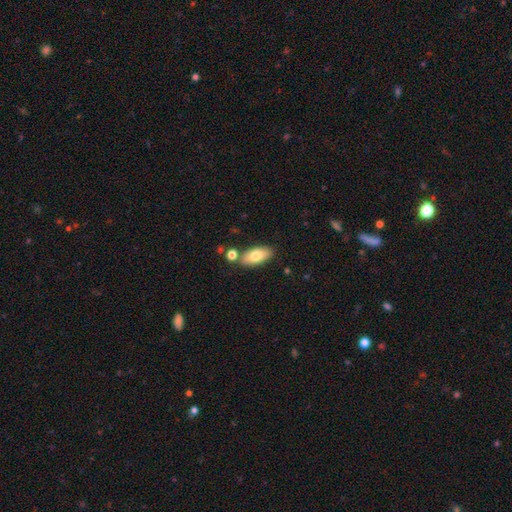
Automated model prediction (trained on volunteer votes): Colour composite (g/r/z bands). It shows a smooth galaxy with no disk features (77%) that is in between round and cigar-shaped (89%). Merging: none (77%).